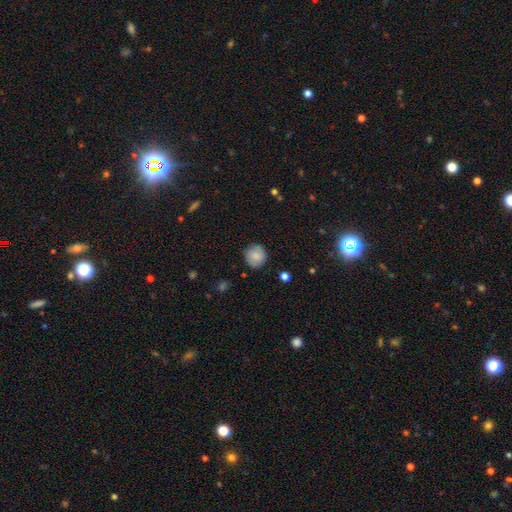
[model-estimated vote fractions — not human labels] Q: Smooth or featured?
A: smooth (77%); runner-up: featured or disk (15%)
Q: How rounded?
A: round (86%); runner-up: in between (13%)
Q: Merging?
A: none (82%); runner-up: minor disturbance (13%)